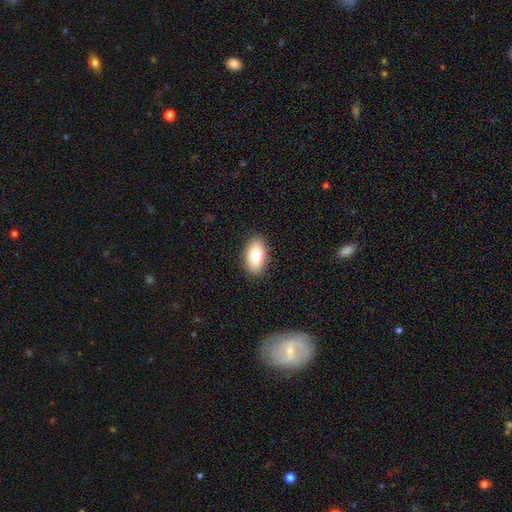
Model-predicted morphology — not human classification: Smooth or featured? Predicted: smooth (p=0.79). How rounded? Predicted: in between (p=0.93). Merging? Predicted: none (p=0.89).